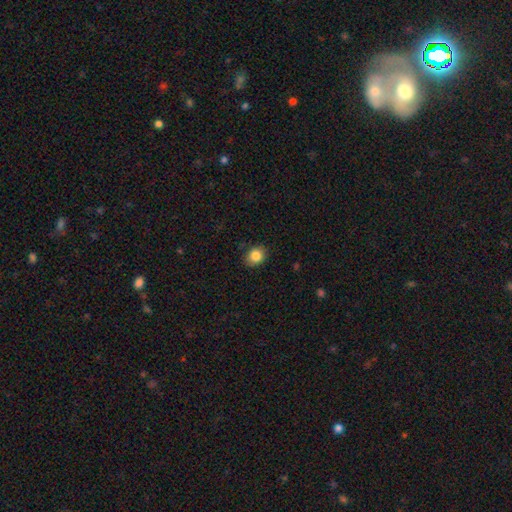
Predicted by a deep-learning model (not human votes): A smooth galaxy with no disk features (85%) that is round (59%).

Vote fractions:
- Smooth or featured? smooth: 85% / star or artifact: 9% / featured or disk: 6%
- How rounded? round: 59% / in between: 41% / cigar-shaped: 1%
- Merging? none: 86% / minor disturbance: 11% / major disturbance: 2% / merger: 1%